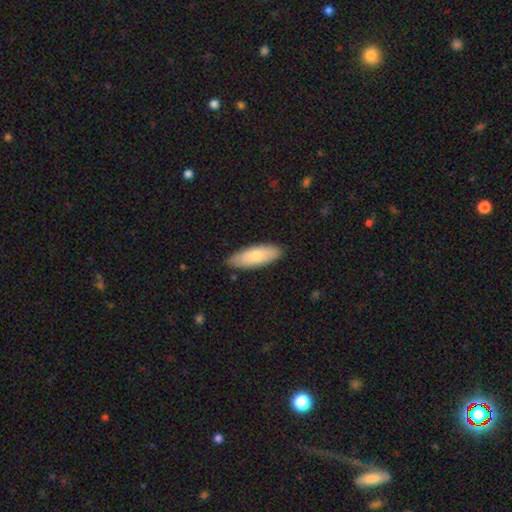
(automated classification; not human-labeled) Smooth or featured? smooth (76%)
How rounded? in between (69%)
Merging? none (83%)